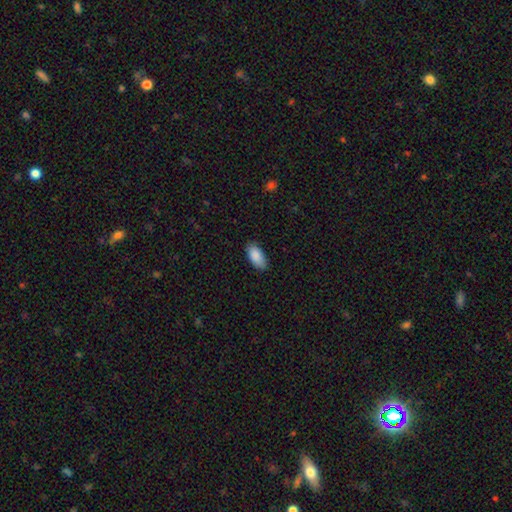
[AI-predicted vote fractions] smooth-or-featured: smooth: 89% | star or artifact: 6% | featured or disk: 5%
  how-rounded: in between: 93% | cigar-shaped: 5% | round: 2%
  merging: none: 84% | minor disturbance: 13% | major disturbance: 2% | merger: 1%